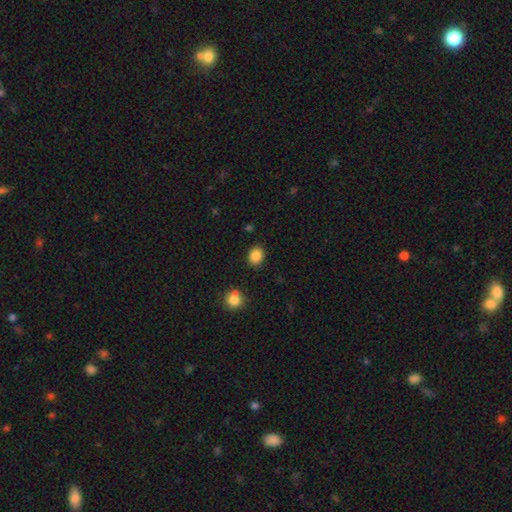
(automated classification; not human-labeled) A smooth galaxy with no disk features (86%) that is round (53%). Merging: none (85%).